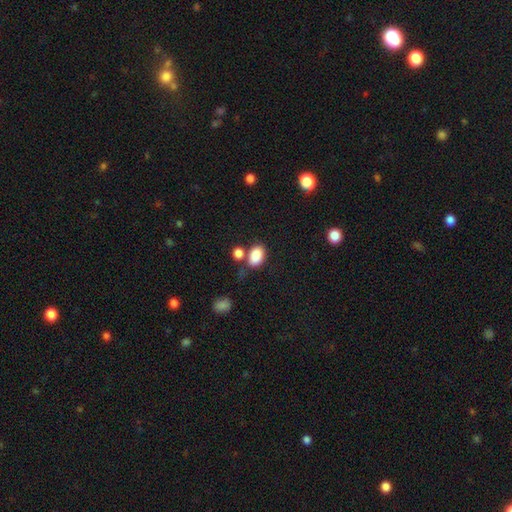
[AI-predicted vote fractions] A smooth galaxy with no disk features (86%) that is in between round and cigar-shaped (85%).

Vote fractions:
- Smooth or featured? smooth: 86% / star or artifact: 9% / featured or disk: 5%
- How rounded? in between: 85% / round: 14% / cigar-shaped: 1%
- Merging? none: 57% / merger: 23% / minor disturbance: 15% / major disturbance: 6%